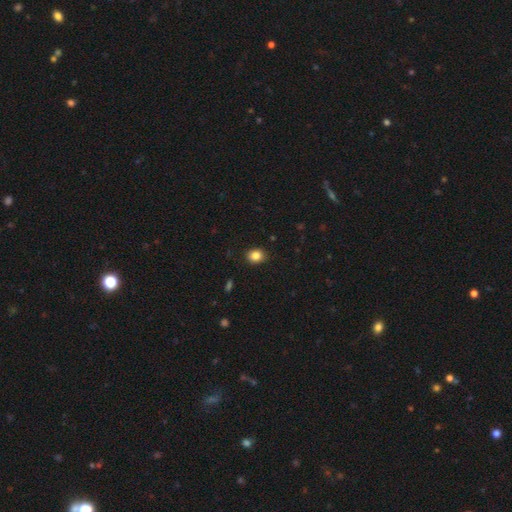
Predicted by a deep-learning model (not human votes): This appears to be a smooth galaxy with no disk features (85%) that is round (60%). Merging: none (89%).